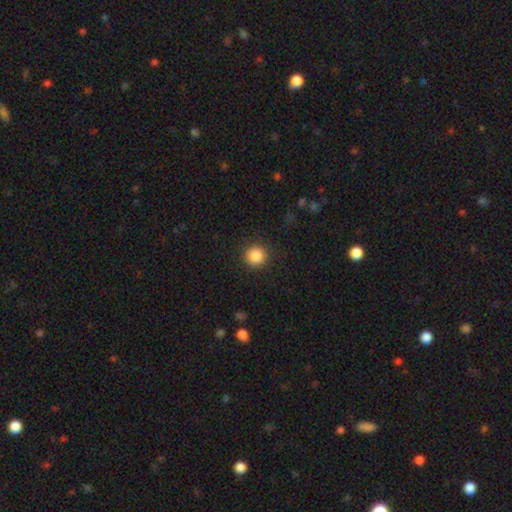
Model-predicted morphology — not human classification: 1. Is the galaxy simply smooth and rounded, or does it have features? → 86% smooth, 10% star or artifact, 4% featured or disk.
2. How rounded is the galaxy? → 94% round, 5% in between, 1% cigar-shaped.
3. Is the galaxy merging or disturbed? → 90% none, 6% minor disturbance, 3% major disturbance, 1% merger.